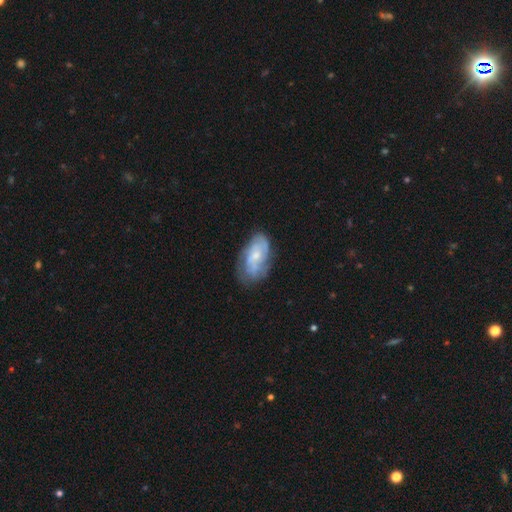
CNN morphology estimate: This is likely a featured or disk galaxy (64%). It is clearly not viewed edge-on (95%). Bar: likely no (69%). Spiral arm pattern: clearly yes (82%). Central bulge: possibly small (56%). Merging: likely none (64%).